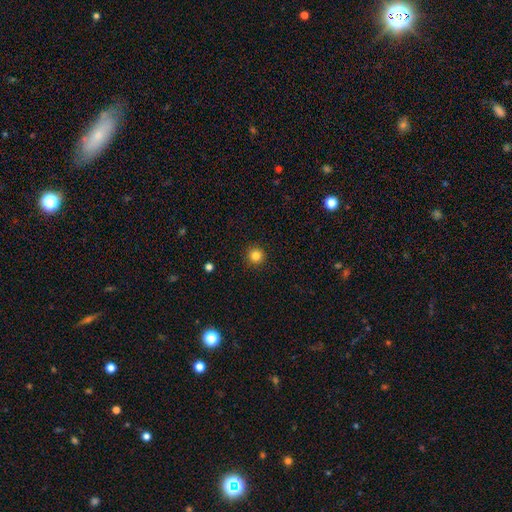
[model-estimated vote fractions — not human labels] Smooth or featured? smooth (83%)
How rounded? round (95%)
Merging? none (92%)